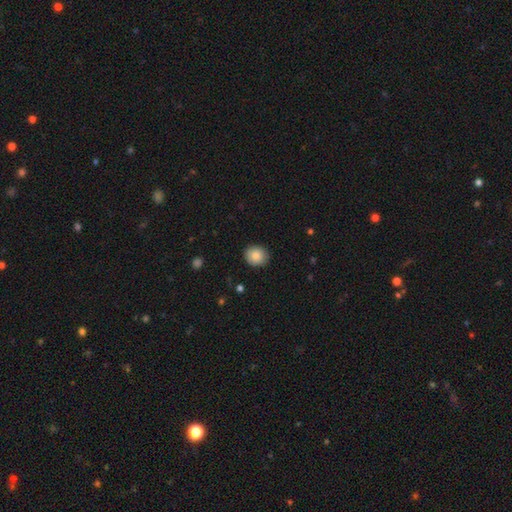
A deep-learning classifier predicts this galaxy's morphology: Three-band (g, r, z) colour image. It shows a smooth galaxy with no disk features (86%) that is round (77%). Merging: none (88%).